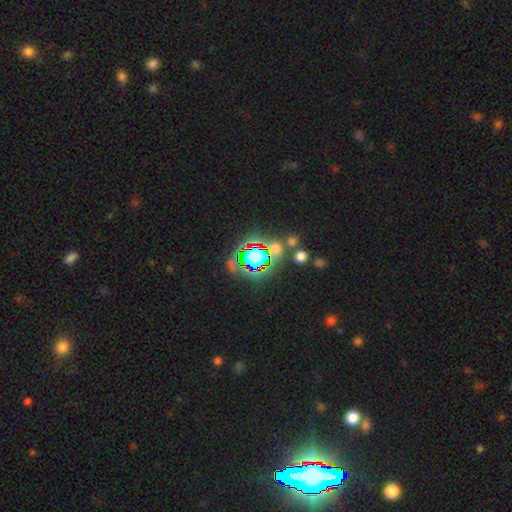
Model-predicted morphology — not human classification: The model was most divided on "smooth or featured": star or artifact: 63%, smooth: 24%, featured or disk: 13%.